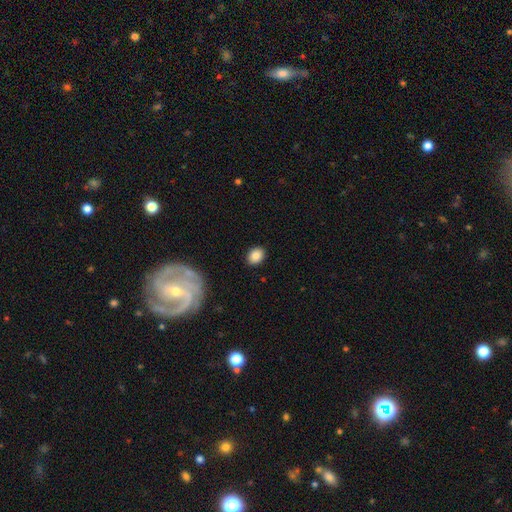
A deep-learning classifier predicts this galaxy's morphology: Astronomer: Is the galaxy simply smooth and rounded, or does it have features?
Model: smooth — 86%.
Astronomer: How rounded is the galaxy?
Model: in between — 56% (runner-up: round, 43%).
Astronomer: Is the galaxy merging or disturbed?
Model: none — 88%.